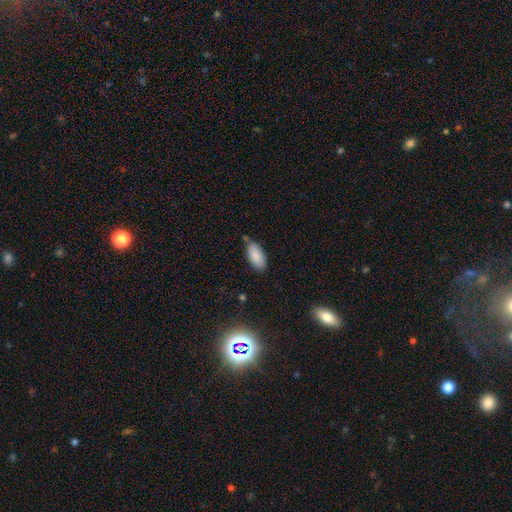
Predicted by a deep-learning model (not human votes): Smooth or featured? Predicted: smooth (p=0.87). How rounded? Predicted: in between (p=0.92). Merging? Predicted: none (p=0.71).